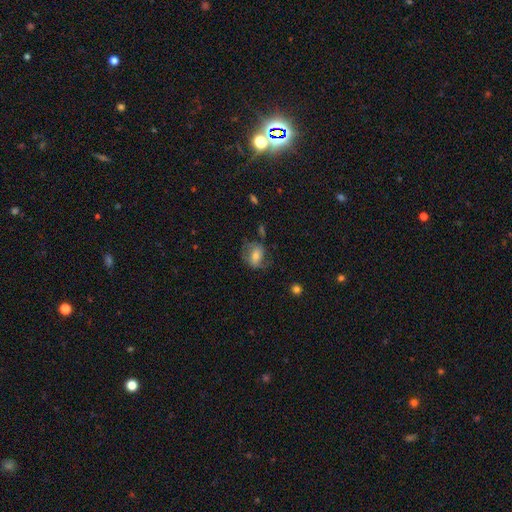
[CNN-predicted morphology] smooth-or-featured: smooth: 54% | featured or disk: 37% | star or artifact: 9%
  how-rounded: in between: 65% | round: 33% | cigar-shaped: 2%
  merging: none: 54% | minor disturbance: 25% | major disturbance: 19% | merger: 3%